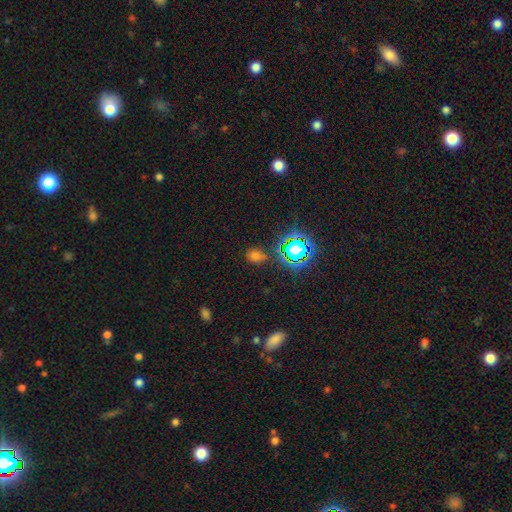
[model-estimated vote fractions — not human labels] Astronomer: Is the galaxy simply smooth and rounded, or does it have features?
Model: smooth — 57% (runner-up: star or artifact, 37%).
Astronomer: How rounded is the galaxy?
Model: in between — 53% (runner-up: round, 45%).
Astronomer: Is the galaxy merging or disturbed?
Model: none — 78%.